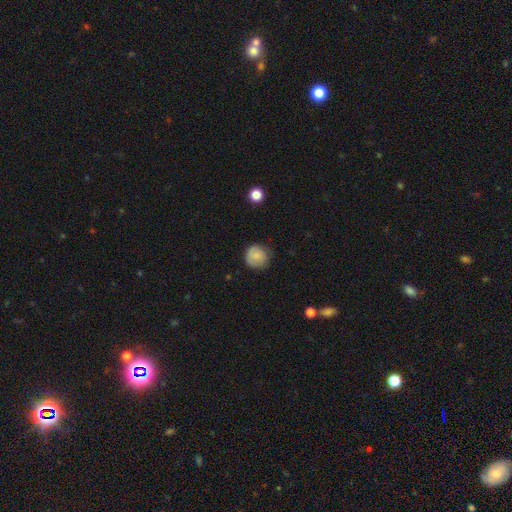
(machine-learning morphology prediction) Smooth or featured?
  - smooth: 83% *
  - featured or disk: 9%
  - star or artifact: 8%
How rounded?
  - round: 93% *
  - in between: 6%
  - cigar-shaped: 1%
Merging?
  - none: 80% *
  - minor disturbance: 15%
  - major disturbance: 3%
  - merger: 1%